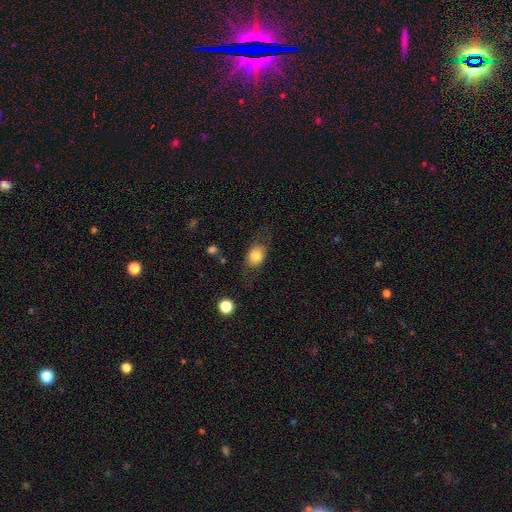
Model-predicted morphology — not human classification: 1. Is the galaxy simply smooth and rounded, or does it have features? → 76% smooth, 15% featured or disk, 8% star or artifact.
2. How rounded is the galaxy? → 66% in between, 32% round, 2% cigar-shaped.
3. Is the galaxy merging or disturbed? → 67% none, 20% minor disturbance, 11% major disturbance, 2% merger.